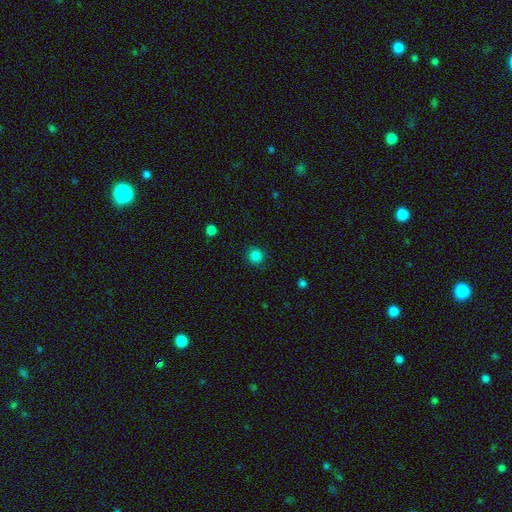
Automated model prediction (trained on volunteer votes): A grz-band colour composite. It shows a smooth galaxy with no disk features (85%) that is round (94%). Merging: none (90%).